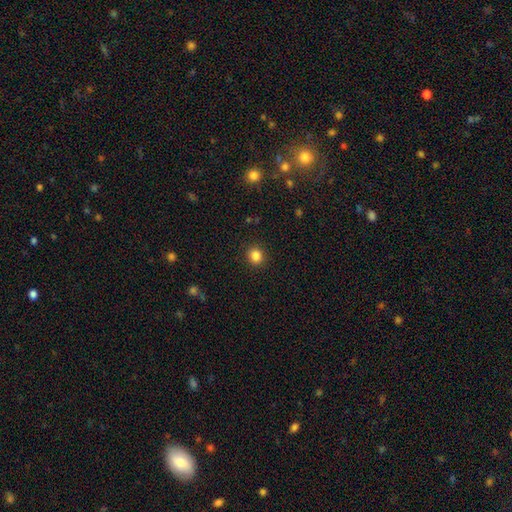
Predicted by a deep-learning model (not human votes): Overall: smooth (84%). How rounded: round (81%). Merging: none (91%).